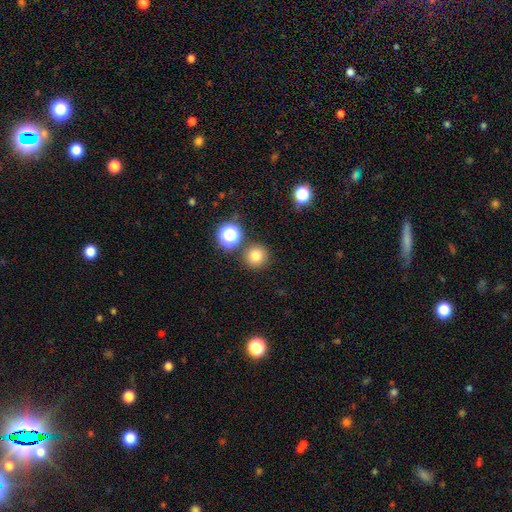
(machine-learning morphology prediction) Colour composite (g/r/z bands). It shows a smooth galaxy with no disk features (78%) that is round (93%). Merging: none (83%).